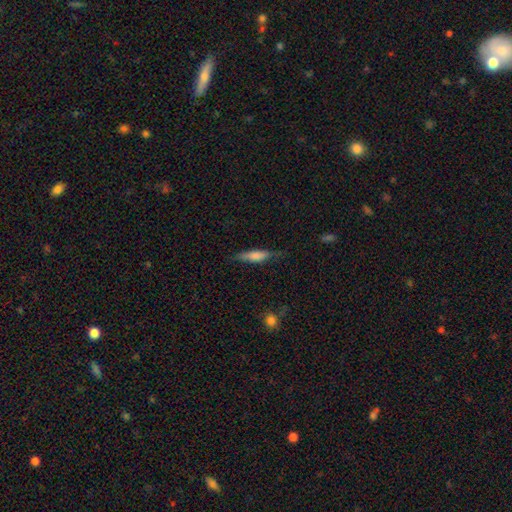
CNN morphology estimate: This is possibly a smooth galaxy (55%). How rounded: likely cigar-shaped (76%). Merging: likely none (77%).